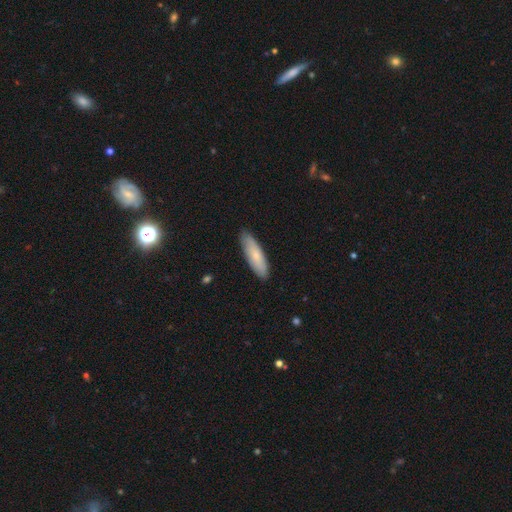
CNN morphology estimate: smooth-or-featured: smooth: 75% | featured or disk: 19% | star or artifact: 5%
  how-rounded: cigar-shaped: 58% | in between: 40% | round: 2%
  merging: none: 87% | minor disturbance: 11% | major disturbance: 2% | merger: 1%